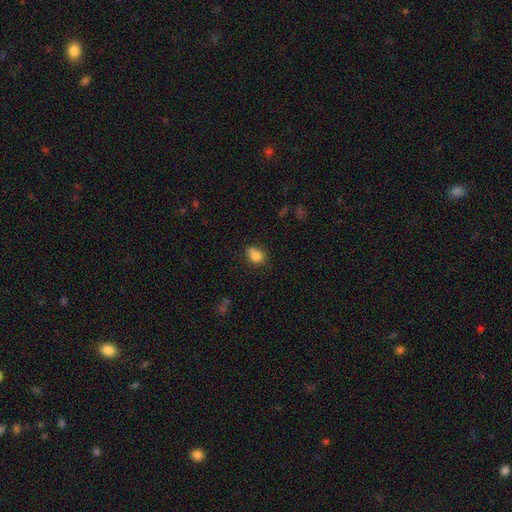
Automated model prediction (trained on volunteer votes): smooth-or-featured: smooth: 82% | star or artifact: 10% | featured or disk: 8%
  how-rounded: in between: 57% | round: 42% | cigar-shaped: 2%
  merging: none: 65% | minor disturbance: 24% | major disturbance: 5% | merger: 5%